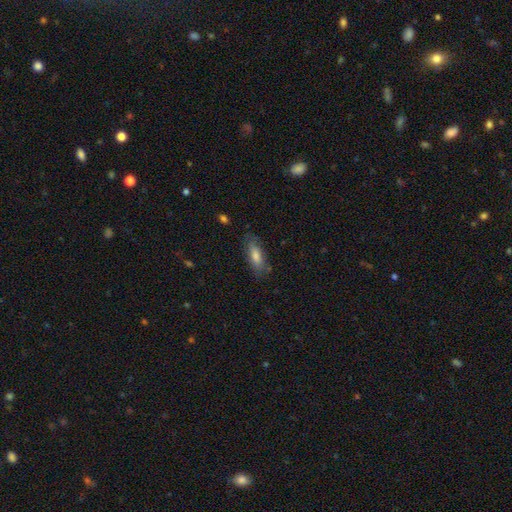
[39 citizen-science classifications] A smooth galaxy with no disk features (74%) that is in between round and cigar-shaped (66%).

Vote fractions:
- Smooth or featured? smooth: 74% / featured or disk: 26% / star or artifact: 0%
- How rounded? in between: 66% / cigar-shaped: 34% / round: 0%
- Merging? none: 77% / minor disturbance: 18% / major disturbance: 5% / merger: 0%